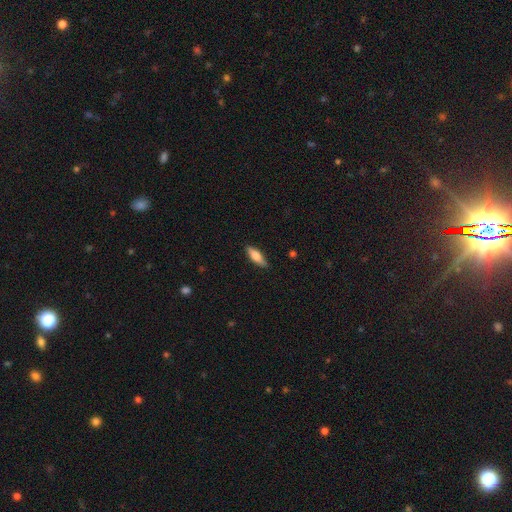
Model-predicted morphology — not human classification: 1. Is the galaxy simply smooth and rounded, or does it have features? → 72% smooth, 22% featured or disk, 6% star or artifact.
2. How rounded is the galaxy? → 53% in between, 45% cigar-shaped, 2% round.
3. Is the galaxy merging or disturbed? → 85% none, 12% minor disturbance, 2% major disturbance, 1% merger.